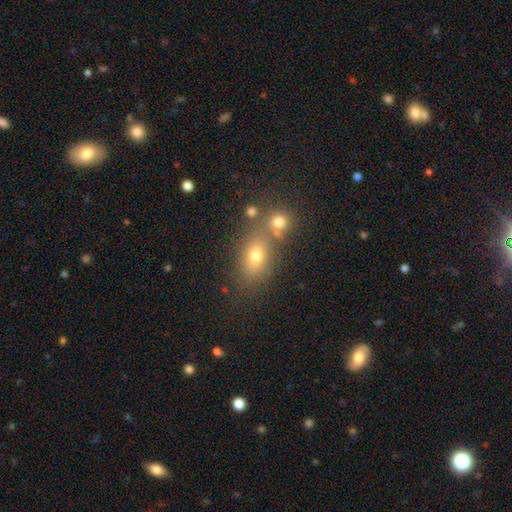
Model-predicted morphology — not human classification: A smooth galaxy with no disk features (71%) that is in between round and cigar-shaped (73%). Merging: none (56%).